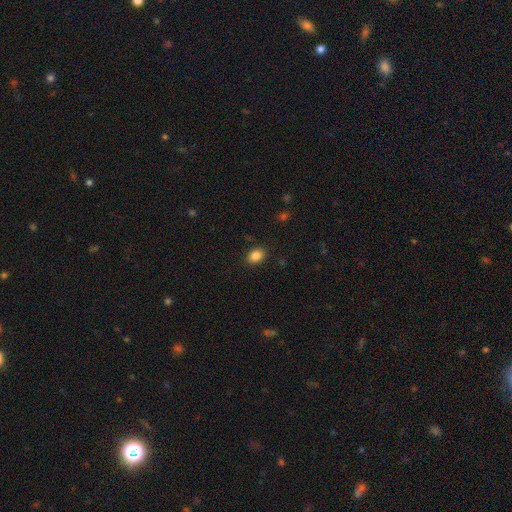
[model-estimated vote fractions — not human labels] smooth_or_featured: smooth (p=0.86) [alt: star or artifact p=0.10]
how_rounded: in between (p=0.67) [alt: round p=0.32]
merging: none (p=0.88) [alt: minor disturbance p=0.09]